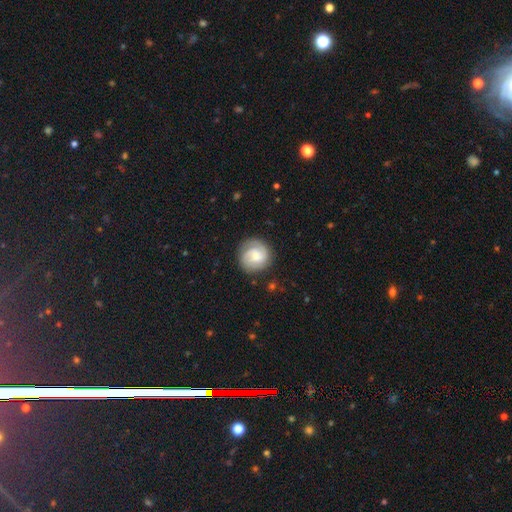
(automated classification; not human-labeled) smooth-or-featured: featured or disk: 62% | smooth: 31% | star or artifact: 7%
  disk-edge-on: no: 98% | yes: 2%
    bar: no: 52% | weak: 41% | strong: 7%
    has-spiral-arms: yes: 94% | no: 6%
      spiral-winding: tight: 51% | medium: 37% | loose: 12%
      spiral-arm-count: 2: 74% | can't tell: 10% | 1: 8% | 3: 5% | 4: 2% | more than 4: 2%
    bulge-size: moderate: 42% | small: 38% | large: 10% | none: 8% | dominant: 2%
  merging: none: 82% | minor disturbance: 12% | major disturbance: 4% | merger: 1%